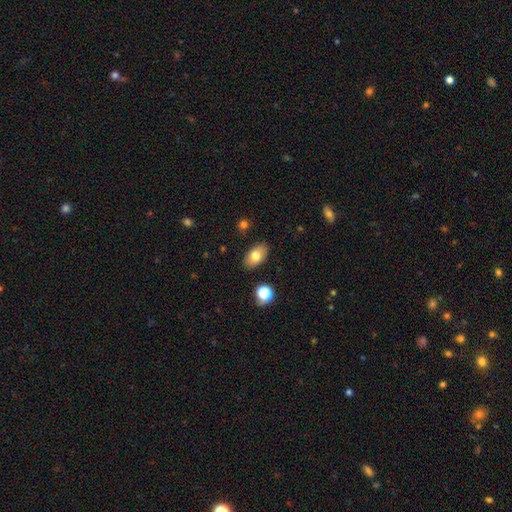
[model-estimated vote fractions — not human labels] smooth_or_featured: smooth (p=0.77) [alt: featured or disk p=0.15]
how_rounded: in between (p=0.91) [alt: round p=0.07]
merging: none (p=0.86) [alt: minor disturbance p=0.09]